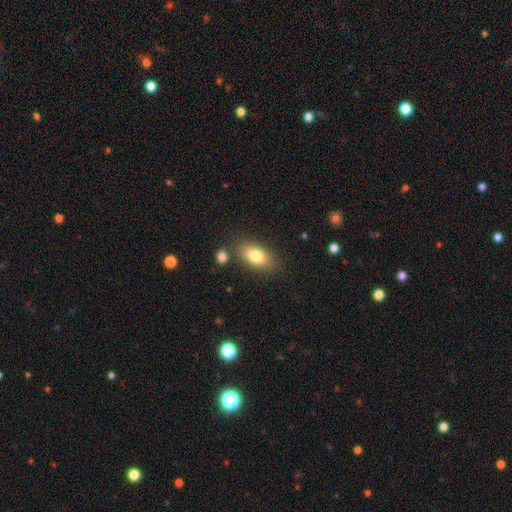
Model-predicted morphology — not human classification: smooth-or-featured: smooth: 80% | featured or disk: 12% | star or artifact: 7%
  how-rounded: in between: 88% | cigar-shaped: 7% | round: 5%
  merging: none: 78% | minor disturbance: 12% | merger: 7% | major disturbance: 4%